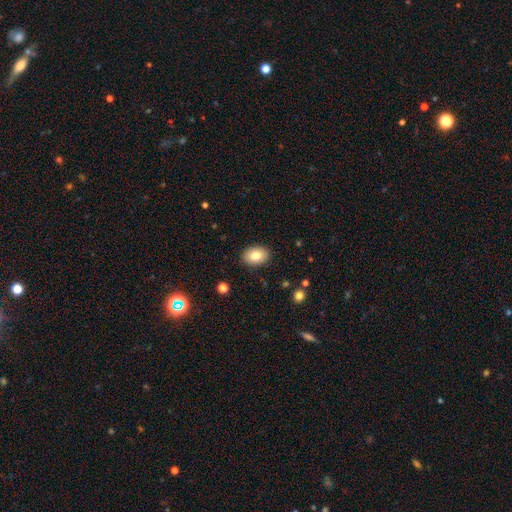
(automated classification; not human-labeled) Overall: smooth (81%). How rounded: in between (76%). Merging: none (89%).